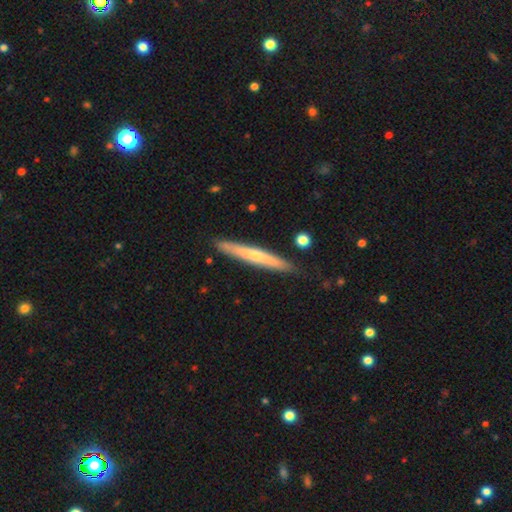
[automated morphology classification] Smooth or featured? Predicted: featured or disk (p=0.48). Merging? Predicted: none (p=0.88).